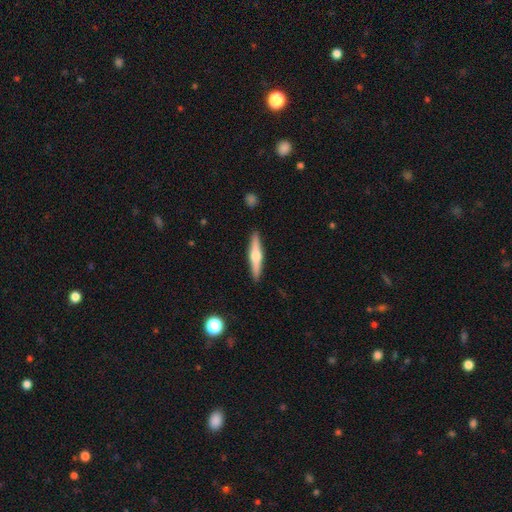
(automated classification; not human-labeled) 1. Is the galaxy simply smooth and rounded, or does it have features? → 59% featured or disk, 35% smooth, 5% star or artifact.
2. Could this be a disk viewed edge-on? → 97% yes, 3% no.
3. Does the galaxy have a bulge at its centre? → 92% rounded, 4% boxy, 4% none.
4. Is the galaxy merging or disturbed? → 91% none, 6% minor disturbance, 1% major disturbance, 1% merger.